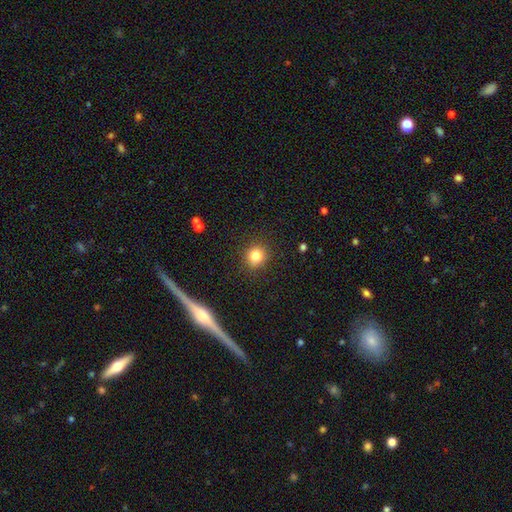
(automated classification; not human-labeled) This is clearly a smooth galaxy (82%). How rounded: clearly round (86%). Merging: clearly none (89%).